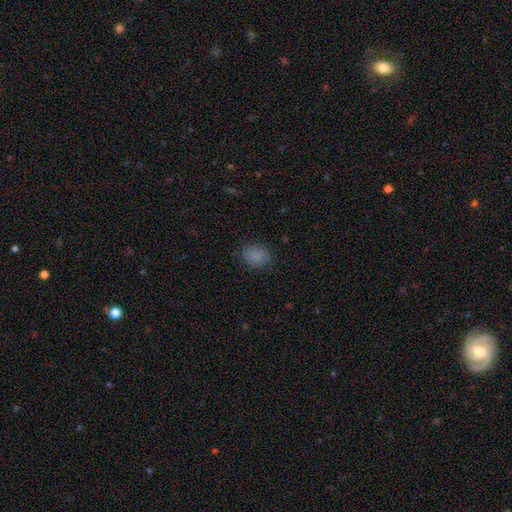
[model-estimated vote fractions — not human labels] Overall: smooth (85%). How rounded: in between (57%; round 42%). Merging: none (82%).